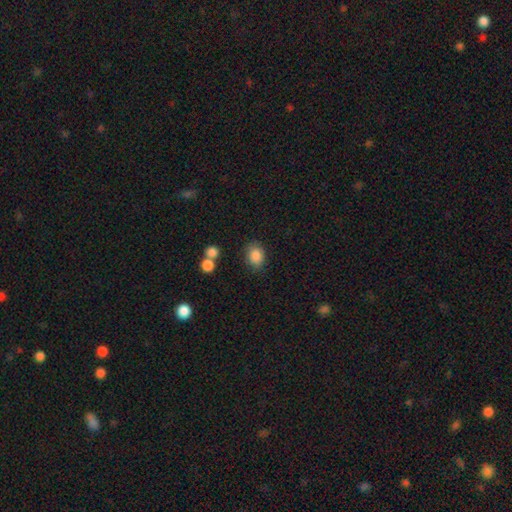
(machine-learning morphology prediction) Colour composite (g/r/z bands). It shows a smooth galaxy with no disk features (86%) that is in between round and cigar-shaped (57%). Merging: none (75%).